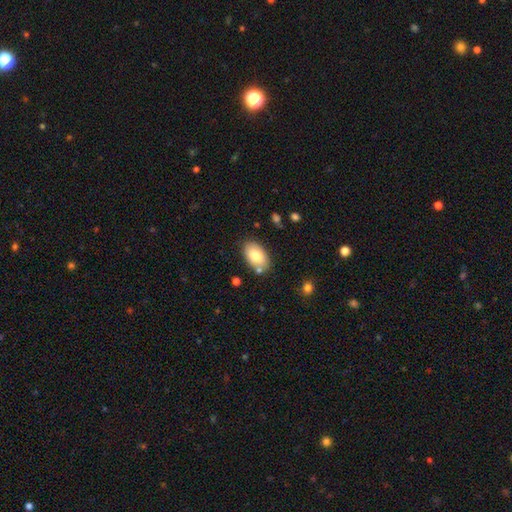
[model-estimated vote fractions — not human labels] Smooth or featured: smooth — 79% (featured or disk — 14%)
How rounded: in between — 92% (round — 6%)
Merging: none — 76% (minor disturbance — 14%)